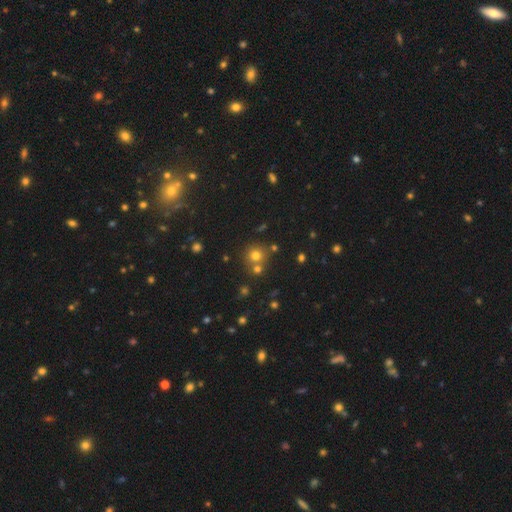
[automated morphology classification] This is likely a smooth galaxy (69%). How rounded: clearly round (89%). Merging: likely none (64%).